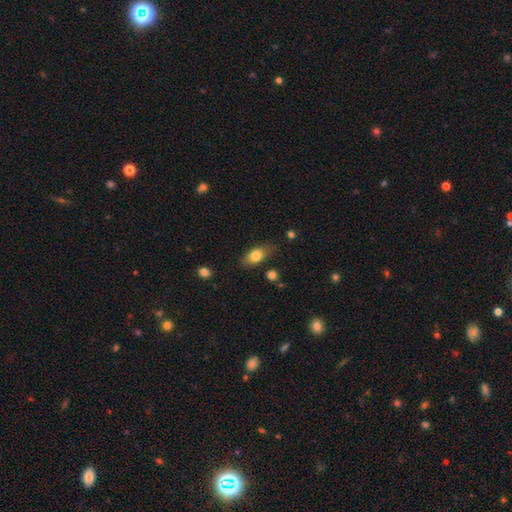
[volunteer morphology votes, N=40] smooth_or_featured: smooth (p=0.70) [alt: featured or disk p=0.17]
how_rounded: in between (p=0.79) [alt: round p=0.14]
merging: none (p=0.63) [alt: minor disturbance p=0.29]